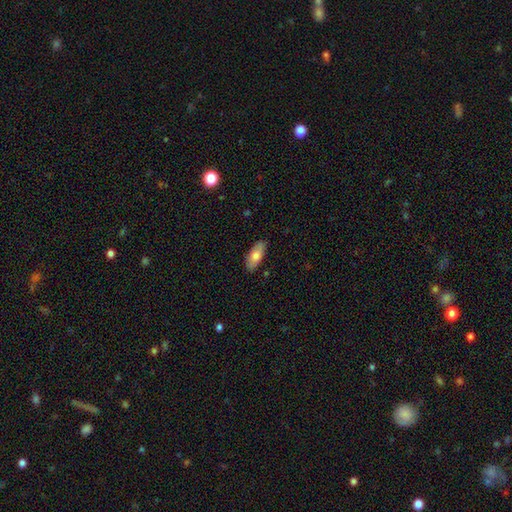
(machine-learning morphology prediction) smooth_or_featured: smooth (p=0.74) [alt: featured or disk p=0.20]
how_rounded: in between (p=0.86) [alt: cigar-shaped p=0.12]
merging: none (p=0.86) [alt: minor disturbance p=0.11]